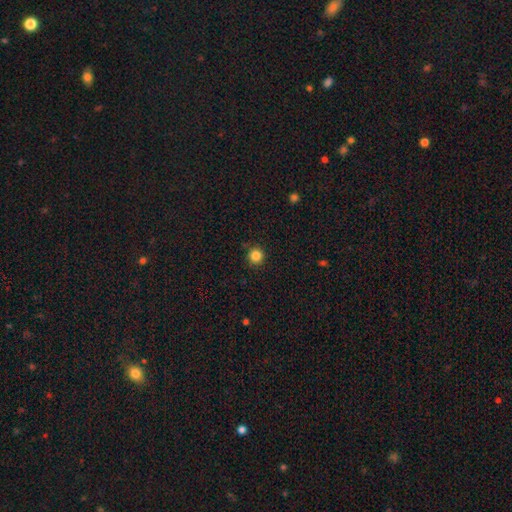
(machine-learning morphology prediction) smooth 84%, star or artifact 12%, featured or disk 4%. Down the decision tree: how rounded — round (95%); merging — none (90%).